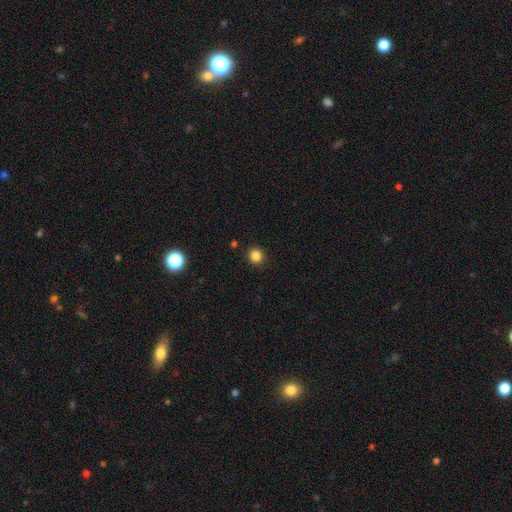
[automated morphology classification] Smooth or featured: smooth — 84% (star or artifact — 12%)
How rounded: round — 91% (in between — 8%)
Merging: none — 91% (minor disturbance — 6%)